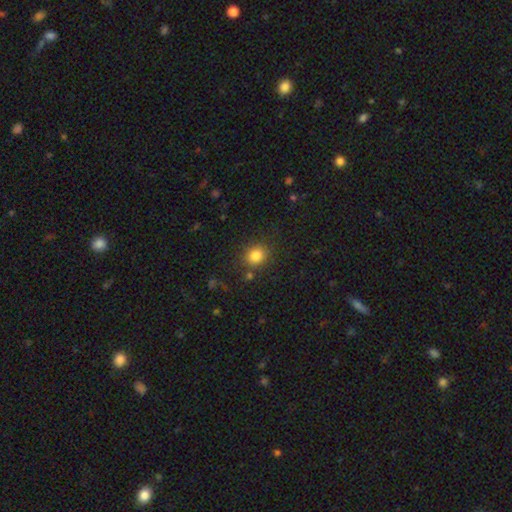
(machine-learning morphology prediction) This appears to be a smooth galaxy with no disk features (83%) that is round (76%). Merging: none (83%).